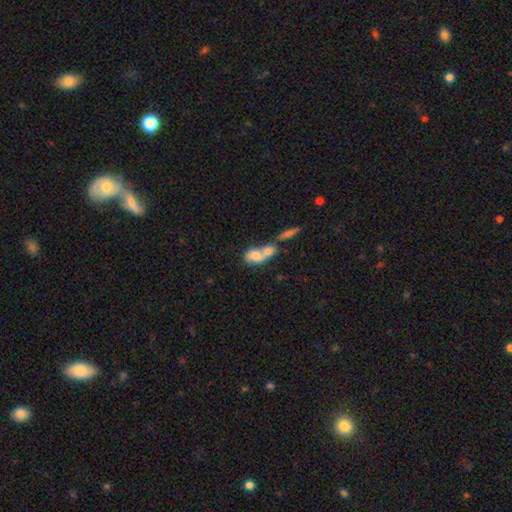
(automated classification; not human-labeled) The model was most divided on "smooth or featured": smooth: 65%, featured or disk: 27%, star or artifact: 9%. More confident: merging — merger (74%); how rounded — in between (74%).